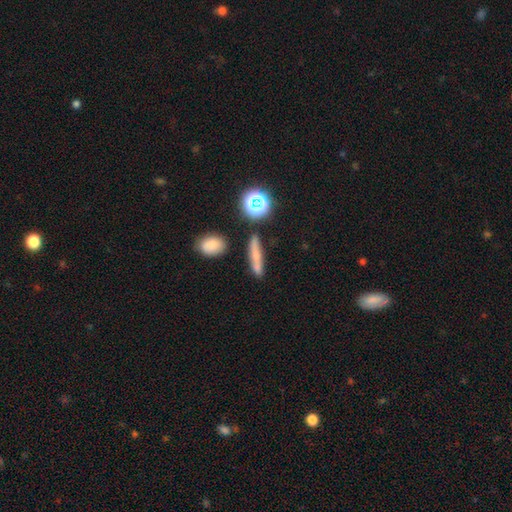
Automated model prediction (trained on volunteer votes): Smooth or featured? Predicted: smooth (p=0.64). How rounded? Predicted: cigar-shaped (p=0.76). Merging? Predicted: none (p=0.76).